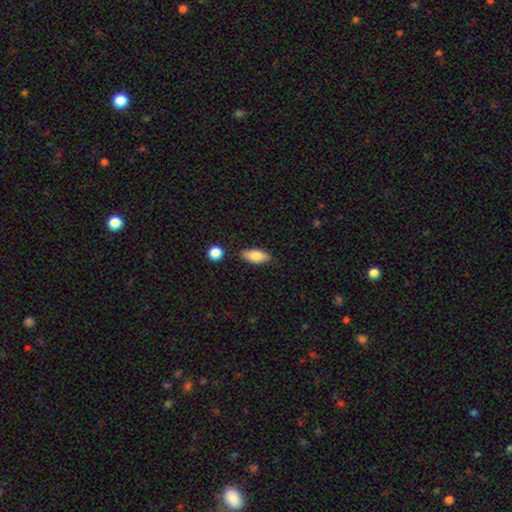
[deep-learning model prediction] This is likely a smooth galaxy (79%). How rounded: clearly in between (82%). Merging: clearly none (82%).